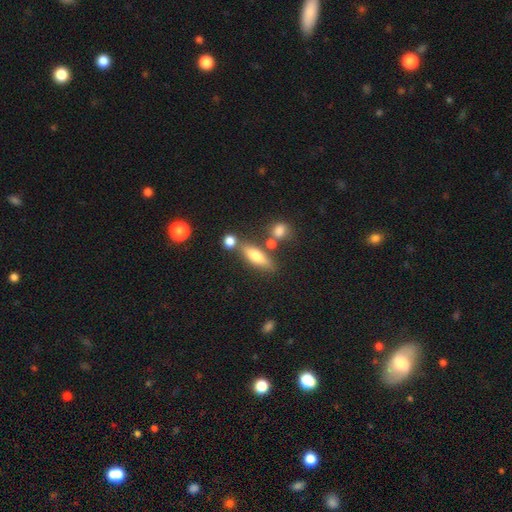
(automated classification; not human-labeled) The model was most divided on "how rounded" (2-way tie): in between: 48%, cigar-shaped: 48%, round: 4%. More confident: merging — none (65%); smooth or featured — smooth (63%).